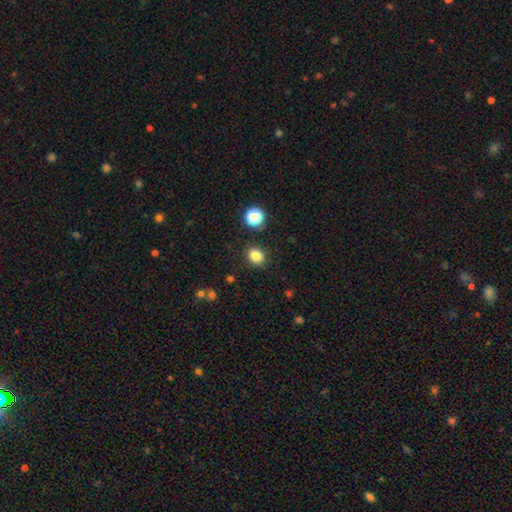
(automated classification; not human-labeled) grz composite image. It shows a smooth galaxy with no disk features (83%) that is round (64%). Merging: none (88%).